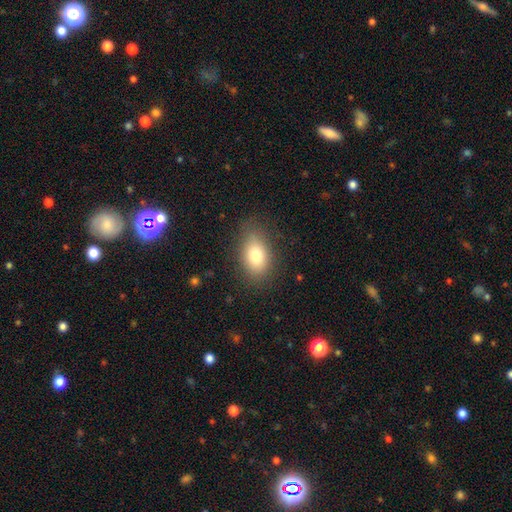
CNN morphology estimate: Overall: smooth (79%). How rounded: in between (85%). Merging: none (79%).